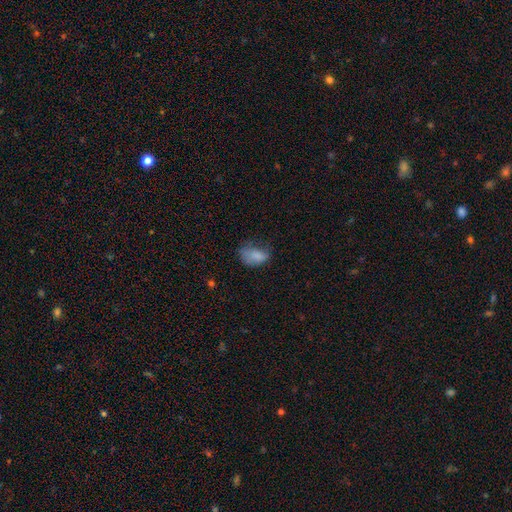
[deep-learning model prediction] Morphology: type=smooth (75%); roundness=in between (87%); merging=none (35%).